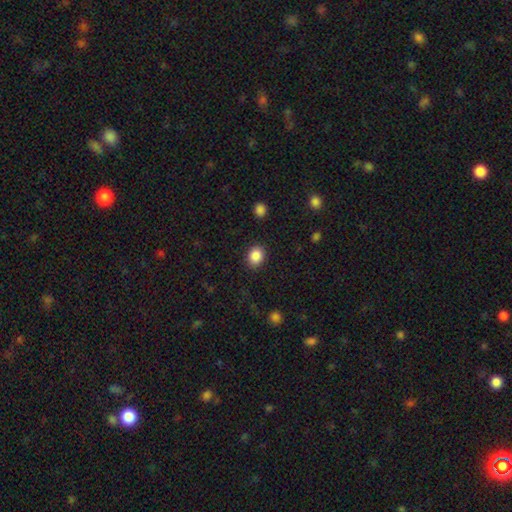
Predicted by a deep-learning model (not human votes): Smooth or featured? Predicted: smooth (p=0.87). How rounded? Predicted: round (p=0.51). Merging? Predicted: none (p=0.88).